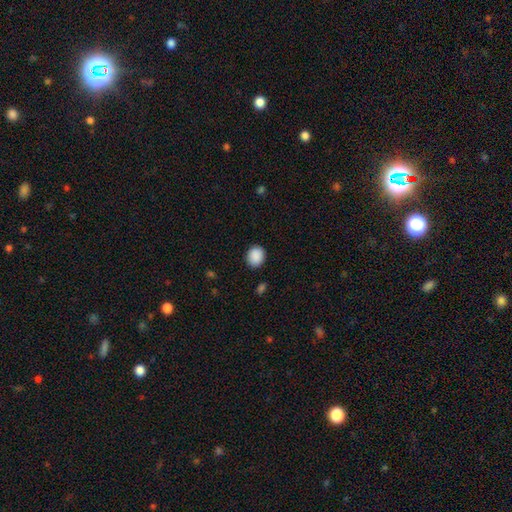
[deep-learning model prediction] This is clearly a smooth galaxy (90%). How rounded: likely round (69%). Merging: clearly none (88%).